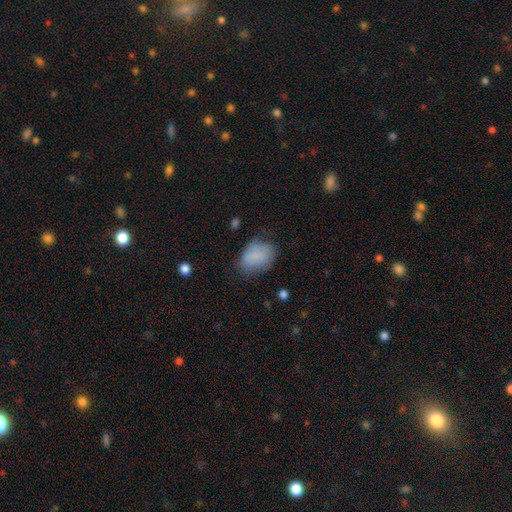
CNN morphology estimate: This is clearly a smooth galaxy (84%). How rounded: likely in between (74%). Merging: likely none (63%).